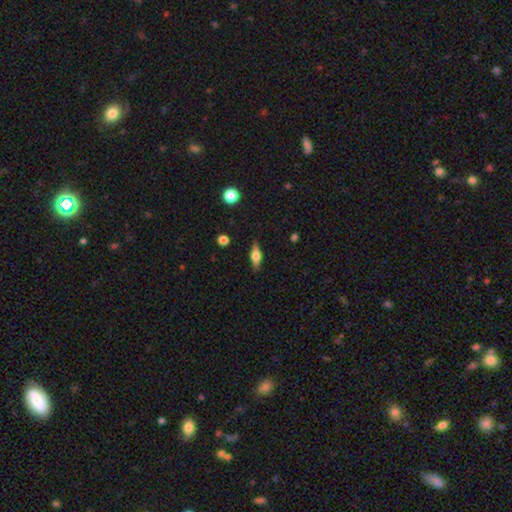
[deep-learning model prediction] A smooth galaxy with no disk features (50%). Merging: none (87%).